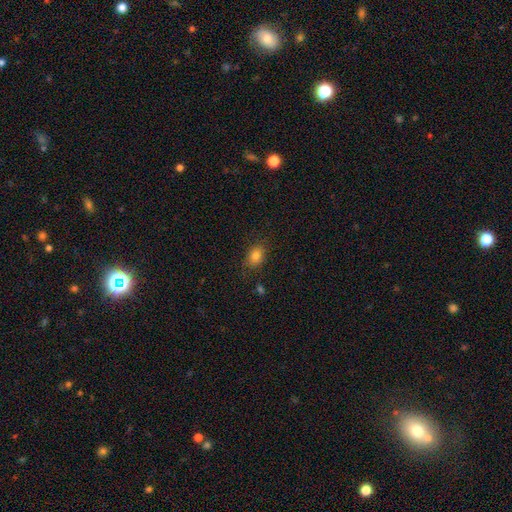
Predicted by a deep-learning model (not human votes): This is clearly a smooth galaxy (82%). How rounded: likely in between (70%). Merging: clearly none (81%).